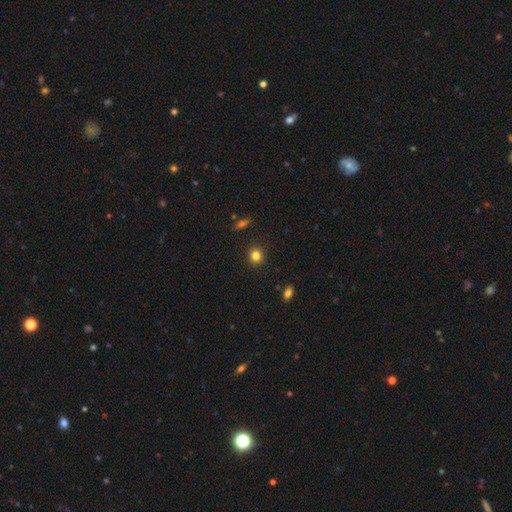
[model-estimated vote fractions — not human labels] Q: Smooth or featured?
A: smooth (82%); runner-up: star or artifact (12%)
Q: How rounded?
A: round (86%); runner-up: in between (13%)
Q: Merging?
A: none (90%); runner-up: minor disturbance (6%)